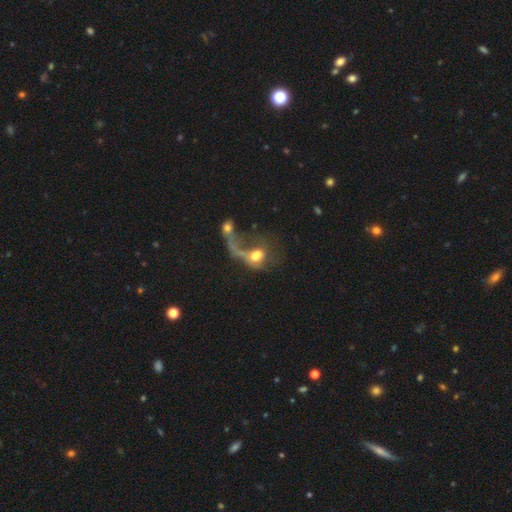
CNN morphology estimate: type=smooth (46%); merging=major disturbance (43%).